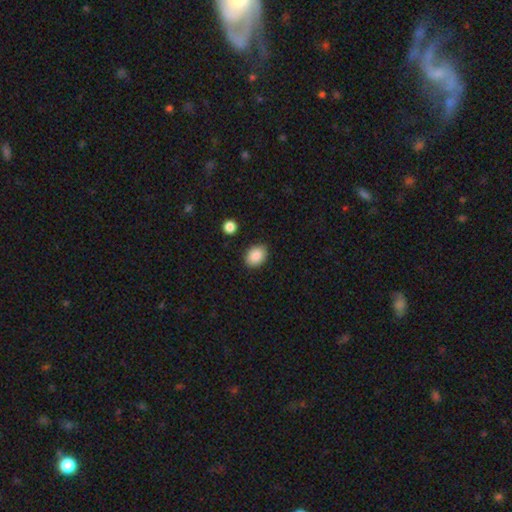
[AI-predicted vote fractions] This is clearly a smooth galaxy (88%). How rounded: likely in between (67%). Merging: clearly none (87%).